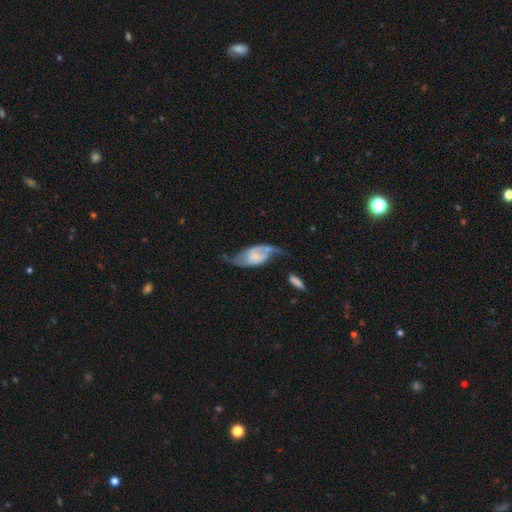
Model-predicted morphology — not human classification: smooth_or_featured: featured or disk (p=0.71) [alt: smooth p=0.22]
disk_edge_on: no (p=0.94) [alt: yes p=0.06]
bar: no (p=0.54) [alt: weak p=0.35]
has_spiral_arms: yes (p=0.89) [alt: no p=0.11]
spiral_winding: loose (p=0.52) [alt: medium p=0.35]
spiral_arm_count: 2 (p=0.80) [alt: 1 p=0.10]
bulge_size: small (p=0.42) [alt: none p=0.31]
merging: none (p=0.38) [alt: major disturbance p=0.26]